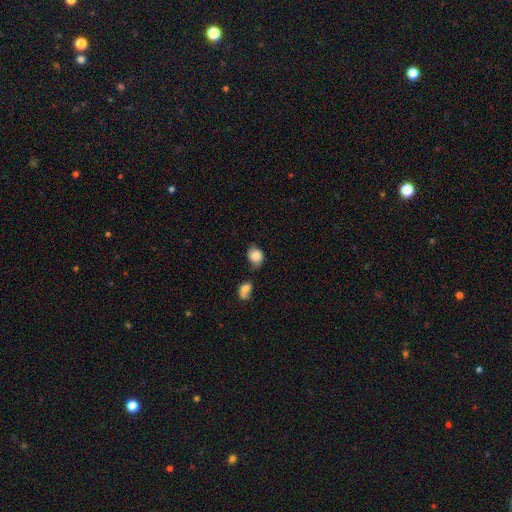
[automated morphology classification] smooth_or_featured: smooth (p=0.79) [alt: featured or disk p=0.13]
how_rounded: round (p=0.56) [alt: in between p=0.43]
merging: none (p=0.47) [alt: minor disturbance p=0.26]